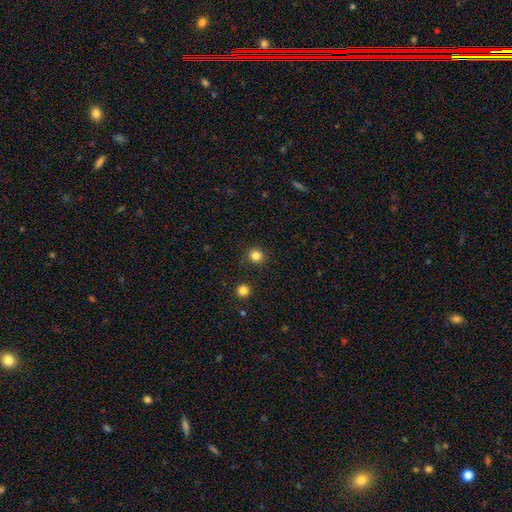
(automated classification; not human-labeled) smooth-or-featured: smooth: 82% | star or artifact: 14% | featured or disk: 4%
  how-rounded: round: 91% | in between: 8% | cigar-shaped: 1%
  merging: none: 90% | minor disturbance: 6% | major disturbance: 2% | merger: 2%